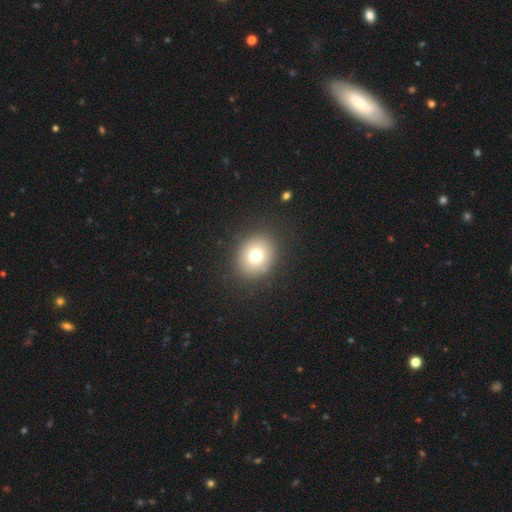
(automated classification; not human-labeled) A smooth galaxy with no disk features (75%) that is round (73%). Merging: none (88%).